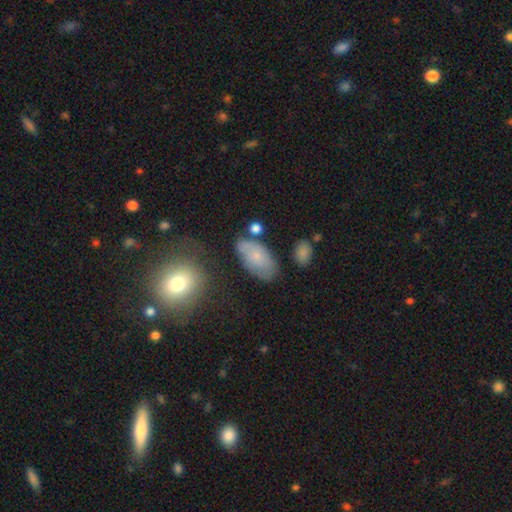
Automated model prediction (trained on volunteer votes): This appears to be a smooth galaxy with no disk features (67%) that is in between round and cigar-shaped (93%). Merging: none (61%).